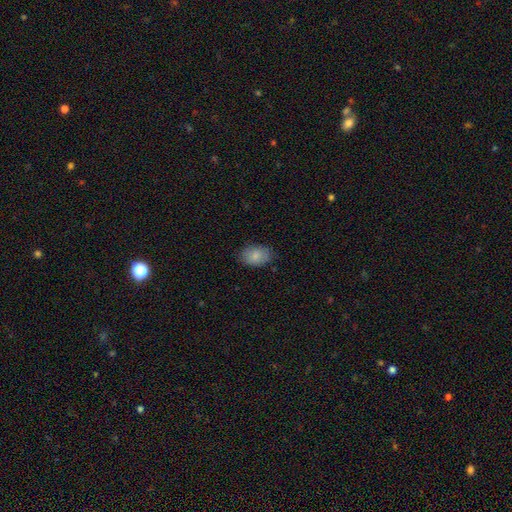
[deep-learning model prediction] smooth_or_featured: smooth (p=0.85) [alt: featured or disk p=0.08]
how_rounded: in between (p=0.85) [alt: round p=0.14]
merging: none (p=0.79) [alt: minor disturbance p=0.16]